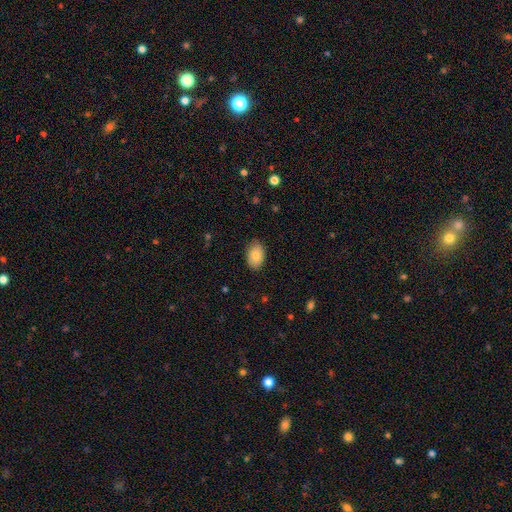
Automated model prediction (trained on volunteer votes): A smooth galaxy with no disk features (87%) that is in between round and cigar-shaped (91%).

Vote fractions:
- Smooth or featured? smooth: 87% / featured or disk: 7% / star or artifact: 6%
- How rounded? in between: 91% / round: 8% / cigar-shaped: 1%
- Merging? none: 85% / minor disturbance: 12% / major disturbance: 2% / merger: 1%